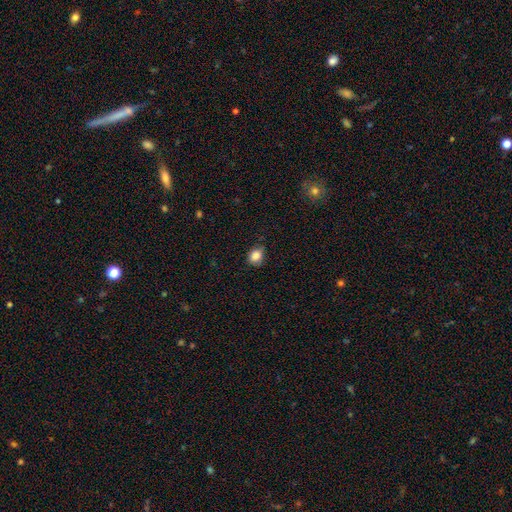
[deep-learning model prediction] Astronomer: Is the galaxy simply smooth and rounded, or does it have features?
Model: smooth — 85%.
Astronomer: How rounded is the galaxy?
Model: in between — 53% (runner-up: round, 46%).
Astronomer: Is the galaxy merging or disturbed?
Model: none — 68%.